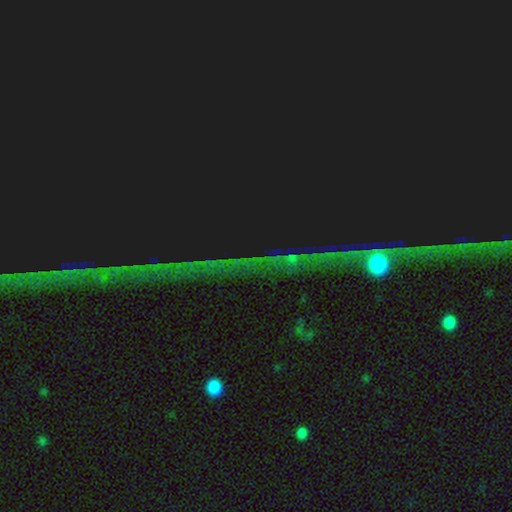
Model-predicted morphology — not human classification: smooth-or-featured: star or artifact: 82% | smooth: 9% | featured or disk: 9%